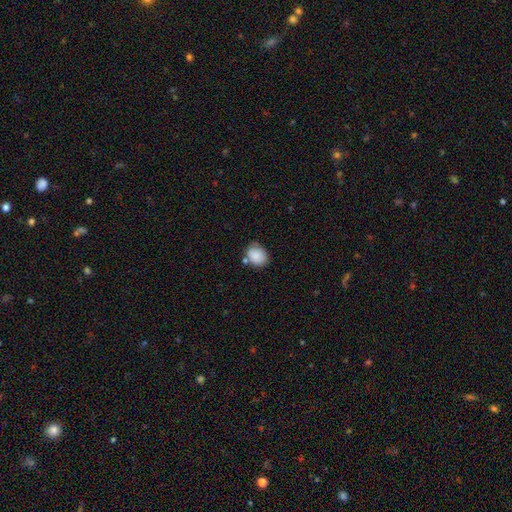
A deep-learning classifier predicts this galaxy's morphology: type=smooth (86%); roundness=in between (55%); merging=none (64%).